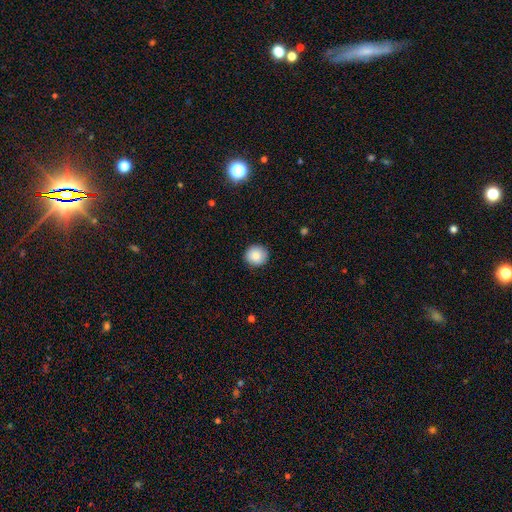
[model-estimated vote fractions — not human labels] Smooth or featured?
  - smooth: 83% *
  - star or artifact: 9%
  - featured or disk: 8%
How rounded?
  - round: 92% *
  - in between: 7%
  - cigar-shaped: 1%
Merging?
  - none: 91% *
  - minor disturbance: 7%
  - major disturbance: 2%
  - merger: 1%